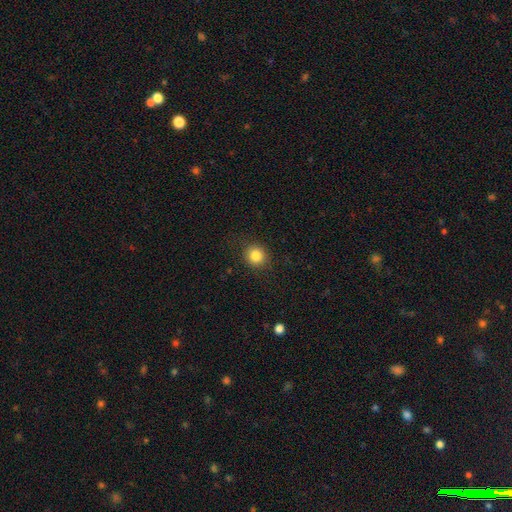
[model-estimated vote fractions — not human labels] Smooth or featured: smooth — 84% (star or artifact — 10%)
How rounded: round — 88% (in between — 12%)
Merging: none — 88% (minor disturbance — 8%)